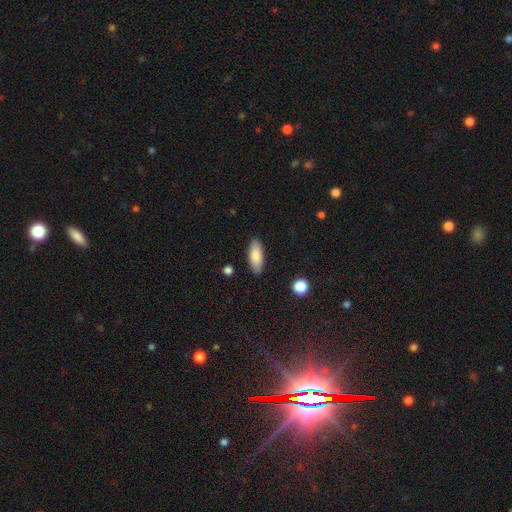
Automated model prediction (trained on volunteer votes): smooth 80%, featured or disk 14%, star or artifact 6%. Down the decision tree: how rounded — in between (78%); merging — none (87%).